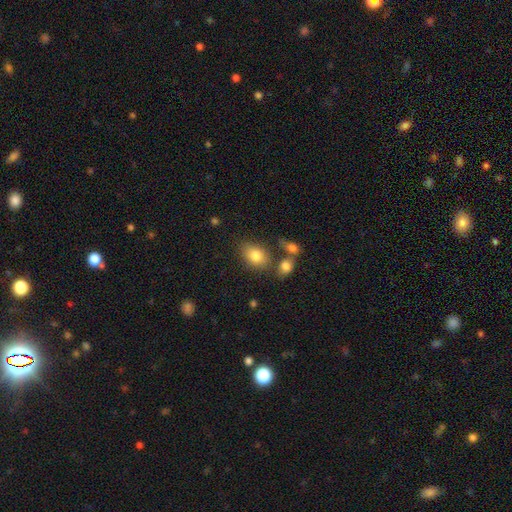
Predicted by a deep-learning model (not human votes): Smooth or featured? Predicted: smooth (p=0.81). How rounded? Predicted: in between (p=0.76). Merging? Predicted: none (p=0.68).